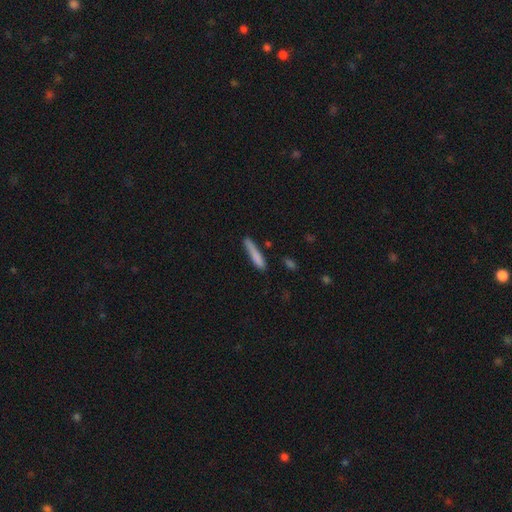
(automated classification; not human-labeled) Smooth or featured: smooth — 78% (featured or disk — 16%)
How rounded: cigar-shaped — 90% (in between — 8%)
Merging: none — 69% (minor disturbance — 21%)